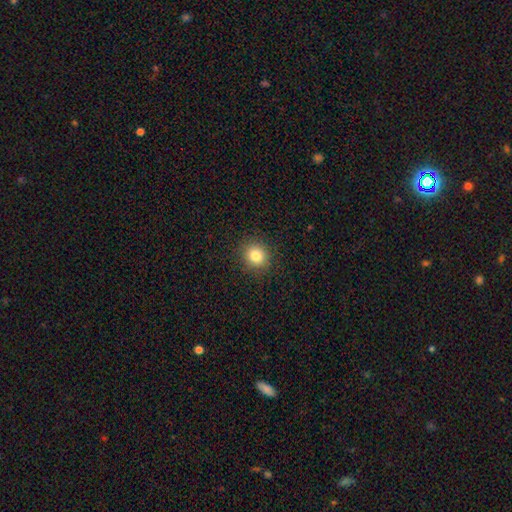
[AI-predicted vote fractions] smooth_or_featured: smooth (p=0.82) [alt: star or artifact p=0.12]
how_rounded: round (p=0.87) [alt: in between p=0.12]
merging: none (p=0.91) [alt: minor disturbance p=0.06]